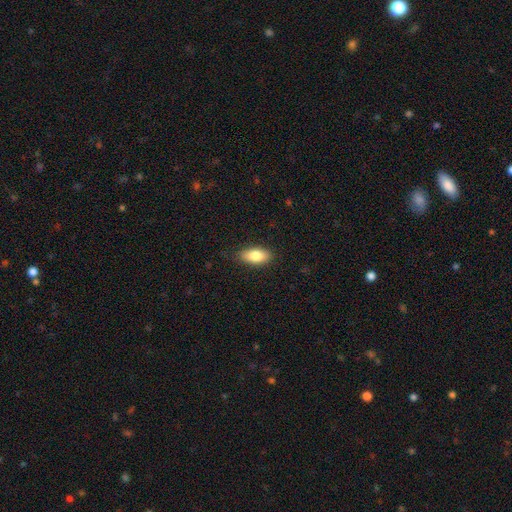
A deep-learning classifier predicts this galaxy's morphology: Smooth or featured: smooth — 81% (featured or disk — 12%)
How rounded: in between — 88% (cigar-shaped — 9%)
Merging: none — 86% (minor disturbance — 11%)